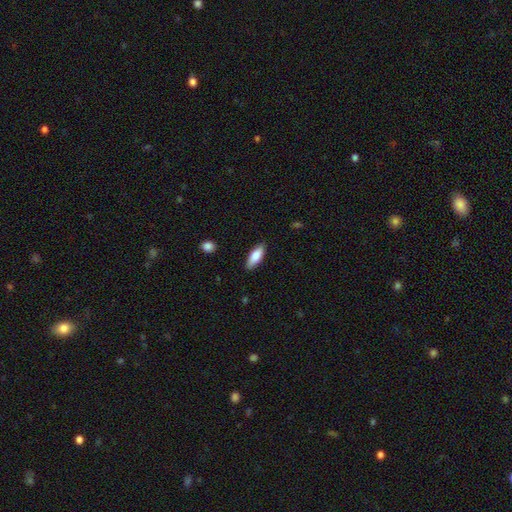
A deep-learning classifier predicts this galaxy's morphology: Q: Smooth or featured?
A: smooth (82%); runner-up: featured or disk (12%)
Q: How rounded?
A: in between (69%); runner-up: cigar-shaped (29%)
Q: Merging?
A: none (87%); runner-up: minor disturbance (10%)